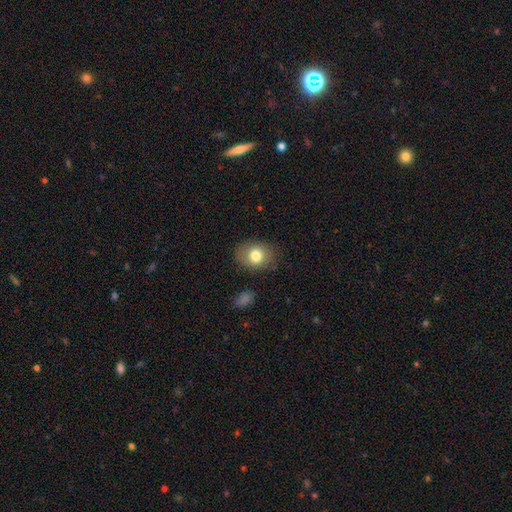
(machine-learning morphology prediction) Q: Smooth or featured?
A: smooth (78%); runner-up: featured or disk (13%)
Q: How rounded?
A: in between (58%); runner-up: round (41%)
Q: Merging?
A: none (82%); runner-up: minor disturbance (13%)